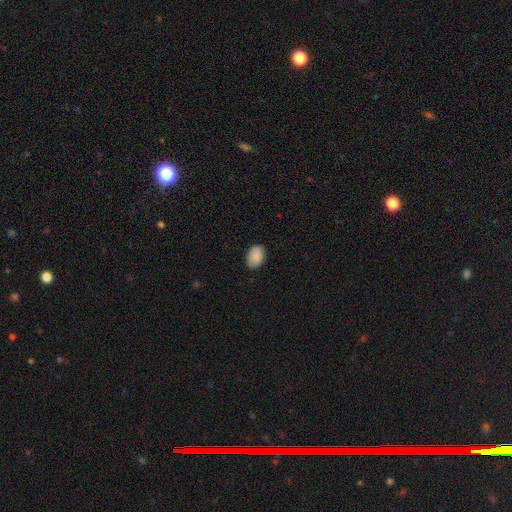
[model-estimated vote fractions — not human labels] smooth_or_featured: smooth (p=0.90) [alt: star or artifact p=0.07]
how_rounded: in between (p=0.83) [alt: round p=0.16]
merging: none (p=0.85) [alt: minor disturbance p=0.11]